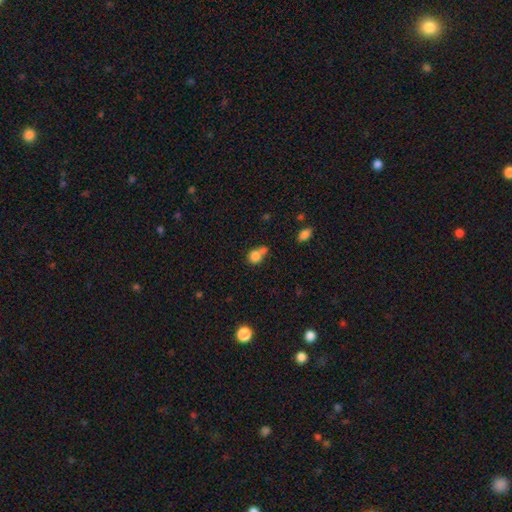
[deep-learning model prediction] Smooth or featured? Predicted: smooth (p=0.79). How rounded? Predicted: round (p=0.71). Merging? Predicted: merger (p=0.47).